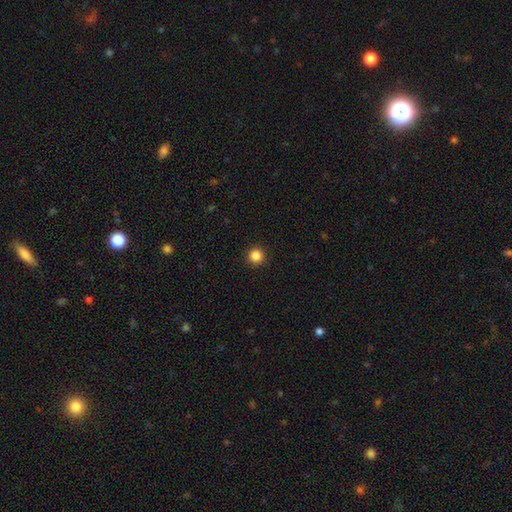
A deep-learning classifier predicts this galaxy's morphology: A smooth galaxy with no disk features (86%) that is round (96%). Merging: none (93%).